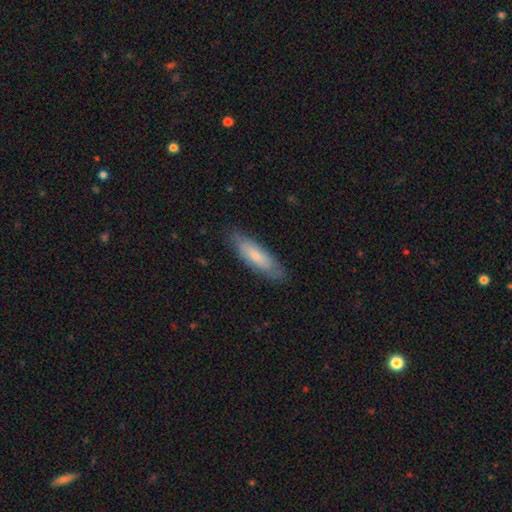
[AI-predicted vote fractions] Smooth or featured?
  - smooth: 66% *
  - featured or disk: 29%
  - star or artifact: 6%
How rounded?
  - cigar-shaped: 50% *
  - in between: 49%
  - round: 2%
Merging?
  - none: 79% *
  - minor disturbance: 16%
  - major disturbance: 3%
  - merger: 1%